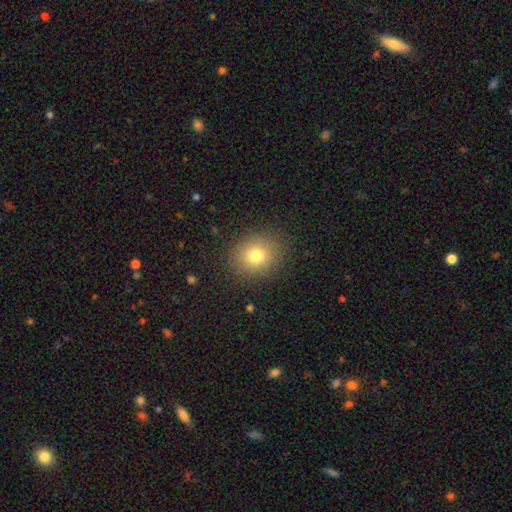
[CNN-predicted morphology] The model was most divided on "how rounded": round: 73%, in between: 26%, cigar-shaped: 1%. More confident: merging — none (87%); smooth or featured — smooth (77%).